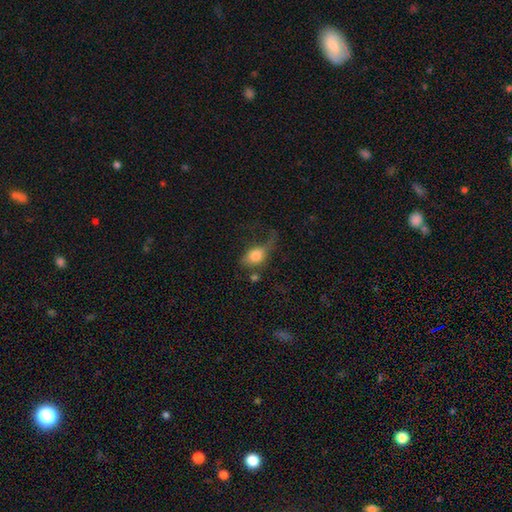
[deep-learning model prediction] Smooth or featured? Predicted: smooth (p=0.72). How rounded? Predicted: in between (p=0.70). Merging? Predicted: major disturbance (p=0.42).